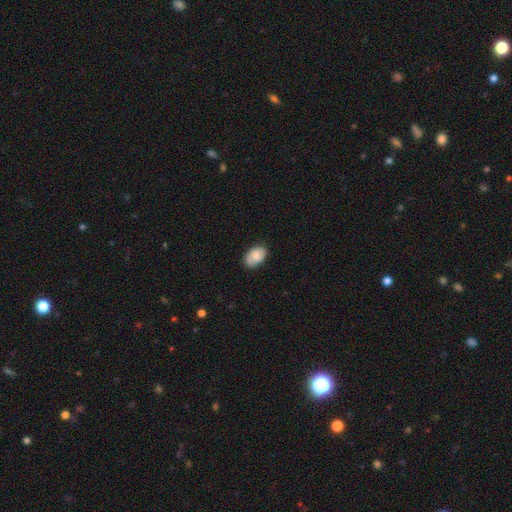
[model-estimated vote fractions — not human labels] smooth-or-featured: smooth: 78% | featured or disk: 16% | star or artifact: 7%
  how-rounded: in between: 91% | round: 8% | cigar-shaped: 1%
  merging: none: 78% | minor disturbance: 18% | major disturbance: 3% | merger: 1%